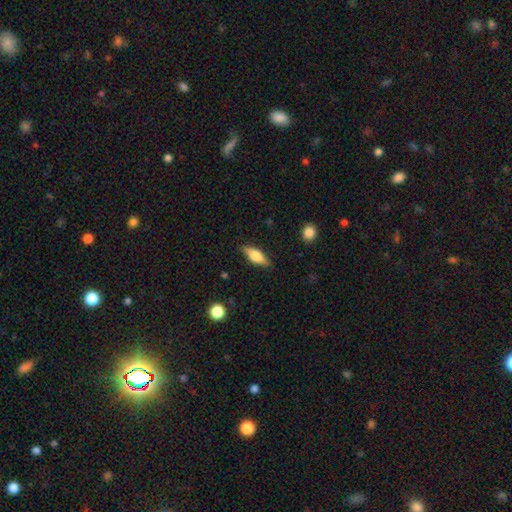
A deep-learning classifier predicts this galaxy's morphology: A smooth galaxy with no disk features (61%) that is in between round and cigar-shaped (63%).

Vote fractions:
- Smooth or featured? smooth: 61% / featured or disk: 32% / star or artifact: 7%
- How rounded? in between: 63% / cigar-shaped: 34% / round: 3%
- Merging? none: 85% / minor disturbance: 11% / major disturbance: 3% / merger: 1%